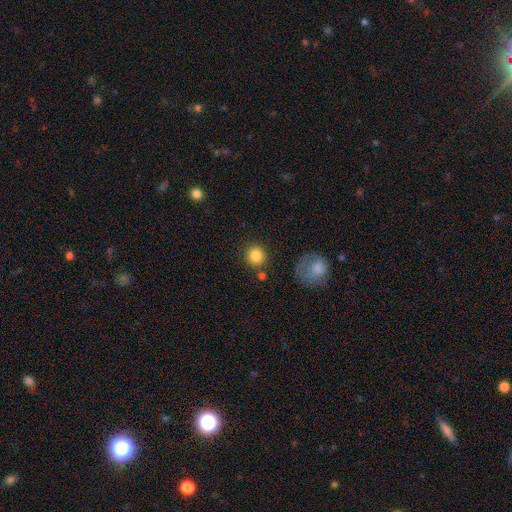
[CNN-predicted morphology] smooth_or_featured: smooth (p=0.84) [alt: star or artifact p=0.10]
how_rounded: round (p=0.87) [alt: in between p=0.12]
merging: none (p=0.81) [alt: minor disturbance p=0.09]